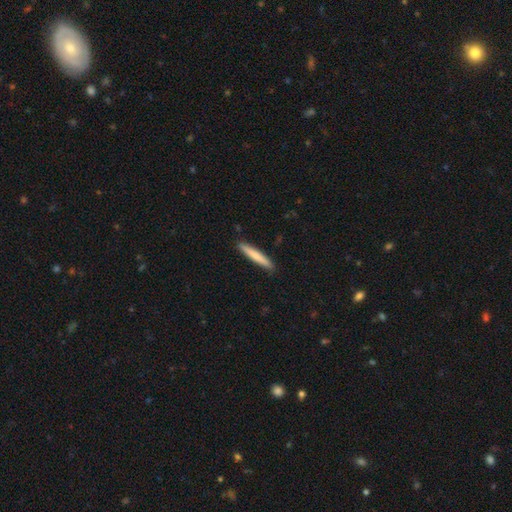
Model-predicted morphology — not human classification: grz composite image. It shows a smooth galaxy with no disk features (75%) that is cigar-shaped (95%). Merging: none (91%).